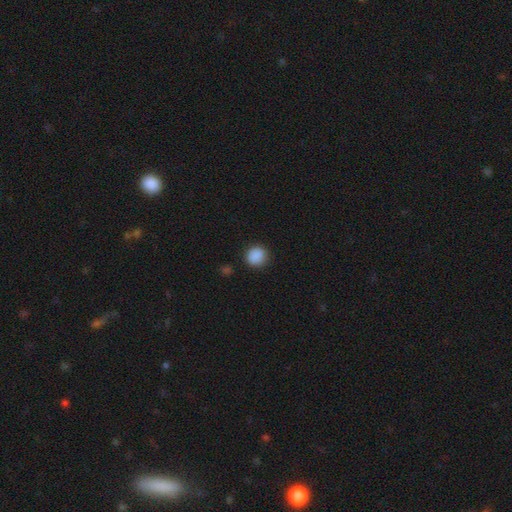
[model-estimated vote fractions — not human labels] smooth_or_featured: smooth (p=0.88) [alt: star or artifact p=0.09]
how_rounded: round (p=0.85) [alt: in between p=0.14]
merging: none (p=0.88) [alt: minor disturbance p=0.08]